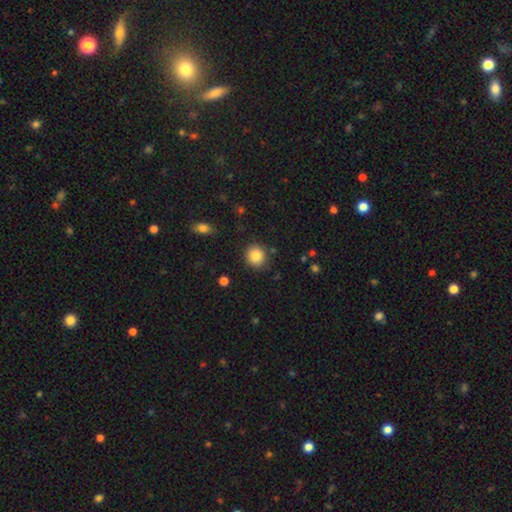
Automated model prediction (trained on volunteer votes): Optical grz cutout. It shows a smooth galaxy with no disk features (86%) that is round (87%). Merging: none (88%).